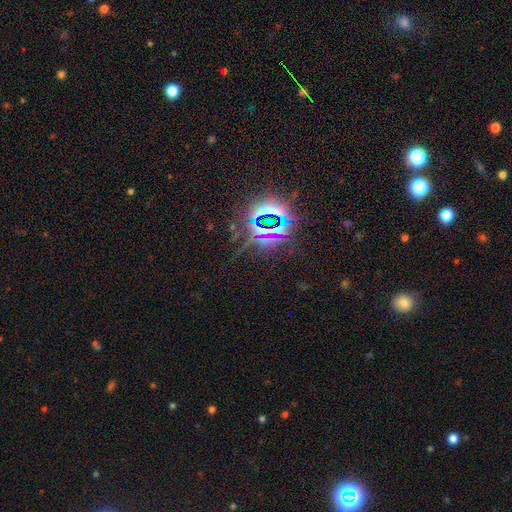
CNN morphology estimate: smooth_or_featured: star or artifact (p=0.84) [alt: smooth p=0.09]